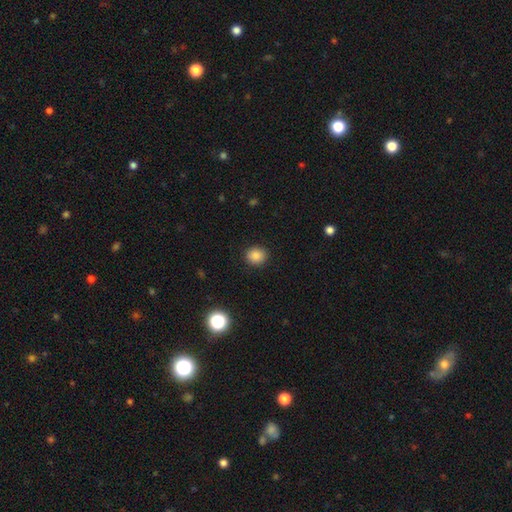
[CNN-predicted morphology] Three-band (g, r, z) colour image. It shows a smooth galaxy with no disk features (86%) that is round (82%). Merging: none (91%).